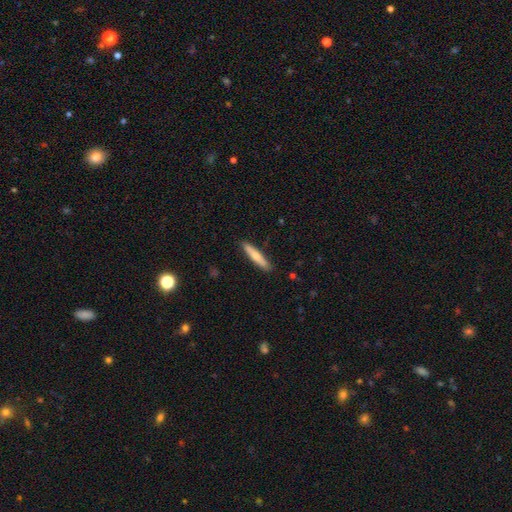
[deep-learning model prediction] Smooth or featured: smooth — 64% (featured or disk — 30%)
How rounded: cigar-shaped — 89% (in between — 10%)
Merging: none — 89% (minor disturbance — 8%)